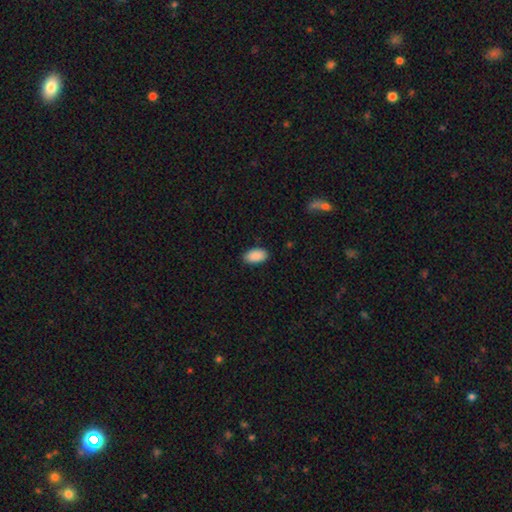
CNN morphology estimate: This is clearly a smooth galaxy (91%). How rounded: clearly in between (95%). Merging: clearly none (88%).